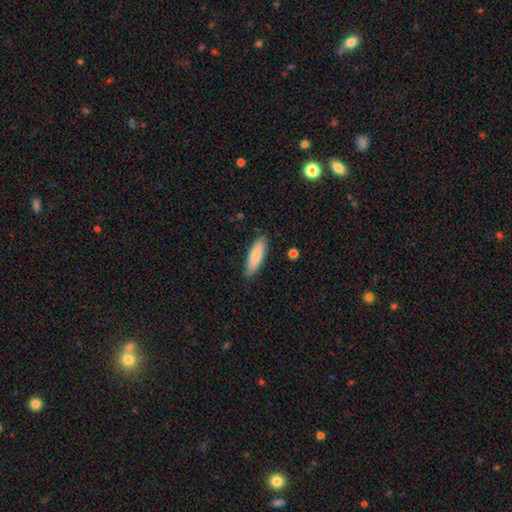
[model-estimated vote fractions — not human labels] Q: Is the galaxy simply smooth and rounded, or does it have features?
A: smooth — 83%.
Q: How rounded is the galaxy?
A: cigar-shaped — 55%.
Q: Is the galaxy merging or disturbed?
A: none — 84%.